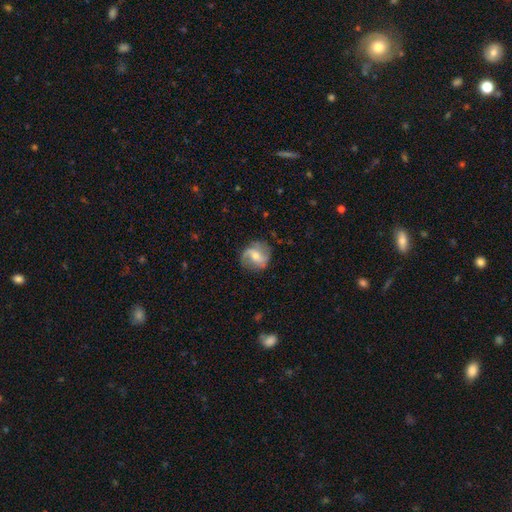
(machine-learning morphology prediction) featured or disk 72%, smooth 21%, star or artifact 7%. Down the decision tree: edge-on disk — no (96%); bar — weak (42%); spiral arms — yes (89%); spiral arm count — 2 (81%); spiral winding — loose (50%); bulge size — moderate (54%); merging — none (77%).